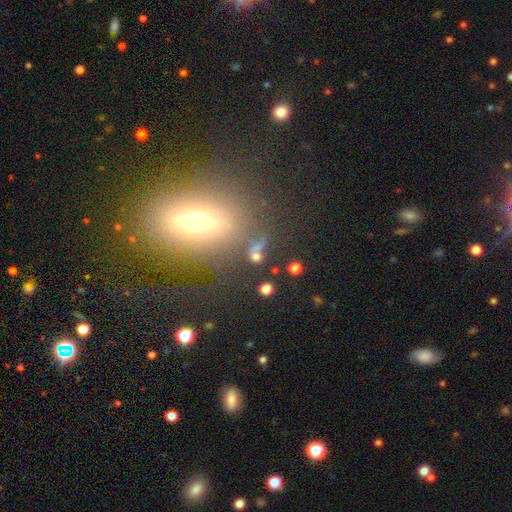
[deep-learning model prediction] This appears to be a smooth galaxy with no disk features (60%) that is round (63%). Merging: none (53%).